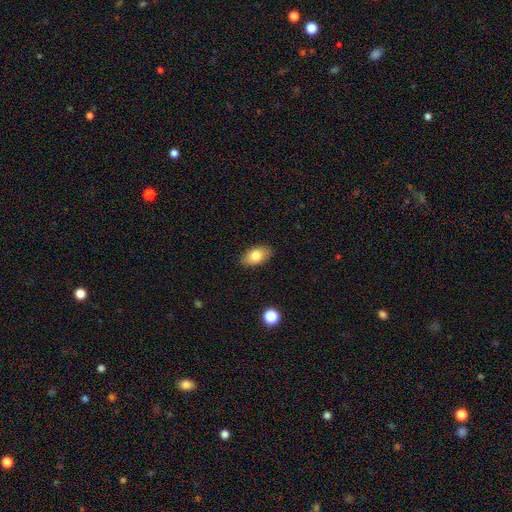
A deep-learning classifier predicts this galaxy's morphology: smooth_or_featured: smooth (p=0.79) [alt: featured or disk p=0.14]
how_rounded: in between (p=0.91) [alt: round p=0.07]
merging: none (p=0.87) [alt: minor disturbance p=0.10]